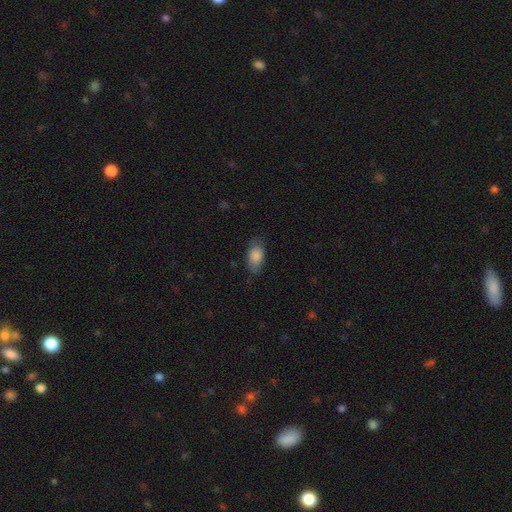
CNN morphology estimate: smooth-or-featured: smooth: 85% | featured or disk: 8% | star or artifact: 7%
  how-rounded: in between: 90% | round: 6% | cigar-shaped: 5%
  merging: none: 72% | minor disturbance: 21% | major disturbance: 5% | merger: 1%